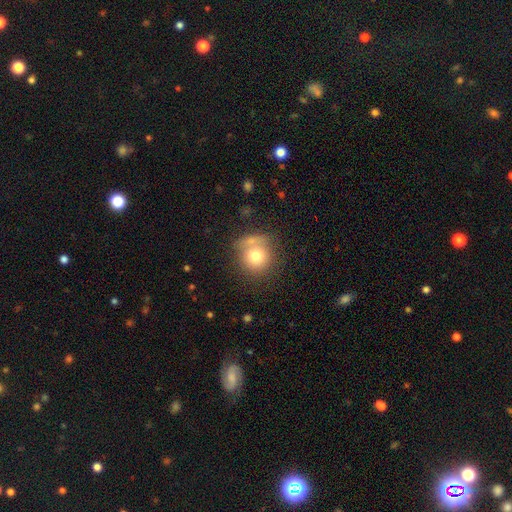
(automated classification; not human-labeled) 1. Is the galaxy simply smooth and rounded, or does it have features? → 73% smooth, 17% featured or disk, 10% star or artifact.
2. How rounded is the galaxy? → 88% round, 11% in between, 1% cigar-shaped.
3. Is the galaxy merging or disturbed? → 53% none, 20% merger, 18% minor disturbance, 9% major disturbance.